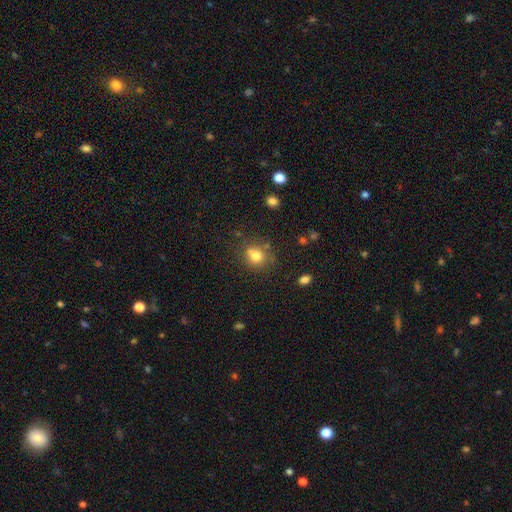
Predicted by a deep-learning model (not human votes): This appears to be a smooth galaxy with no disk features (76%) that is round (74%). Merging: none (59%).